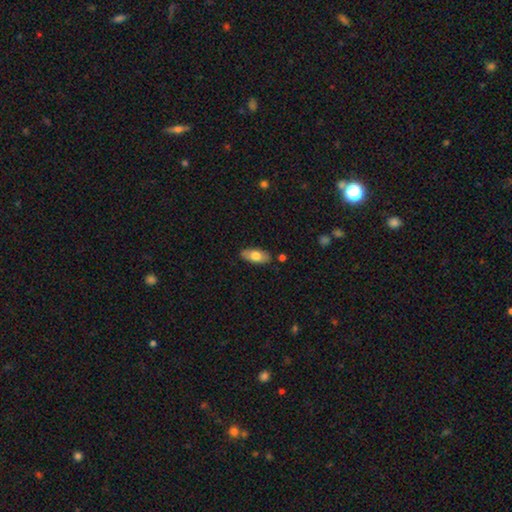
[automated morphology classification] Overall: smooth (72%). How rounded: in between (88%). Merging: none (85%).